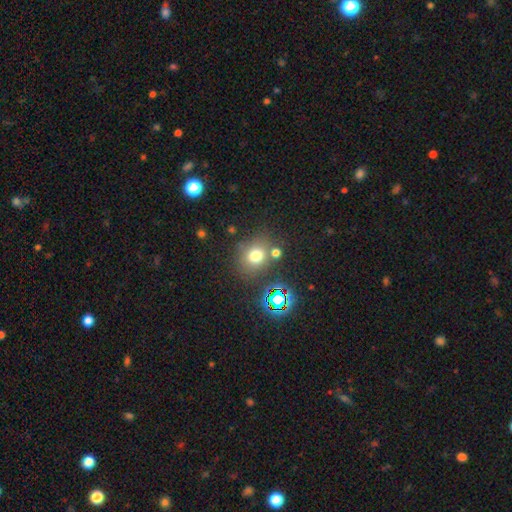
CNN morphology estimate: smooth_or_featured: smooth (p=0.70) [alt: star or artifact p=0.21]
how_rounded: round (p=0.72) [alt: in between p=0.27]
merging: none (p=0.69) [alt: merger p=0.14]